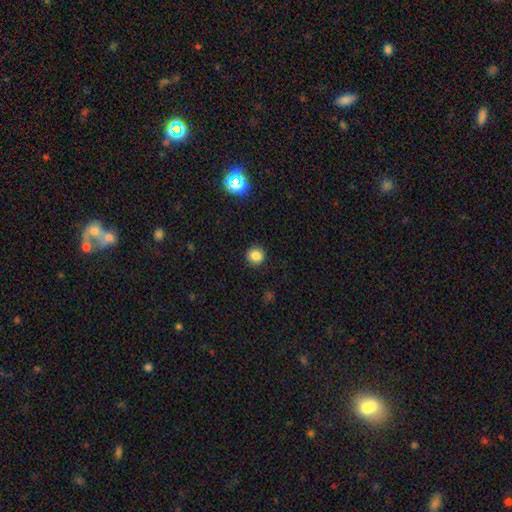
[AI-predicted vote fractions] A smooth galaxy with no disk features (84%) that is round (93%).

Vote fractions:
- Smooth or featured? smooth: 84% / star or artifact: 12% / featured or disk: 5%
- How rounded? round: 93% / in between: 6% / cigar-shaped: 1%
- Merging? none: 91% / minor disturbance: 6% / major disturbance: 2% / merger: 1%